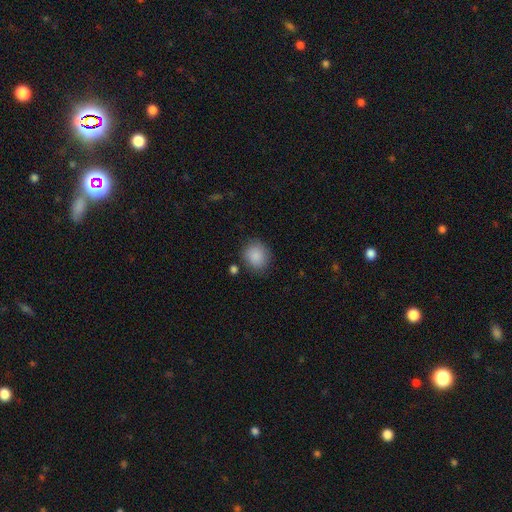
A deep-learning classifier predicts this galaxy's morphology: smooth 88%, star or artifact 8%, featured or disk 4%. Down the decision tree: how rounded — round (77%); merging — none (82%).